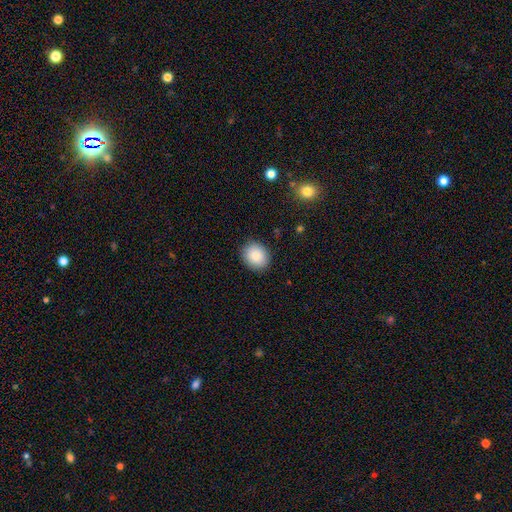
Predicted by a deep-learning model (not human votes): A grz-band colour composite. It shows a smooth galaxy with no disk features (87%) that is round (64%). Merging: none (88%).